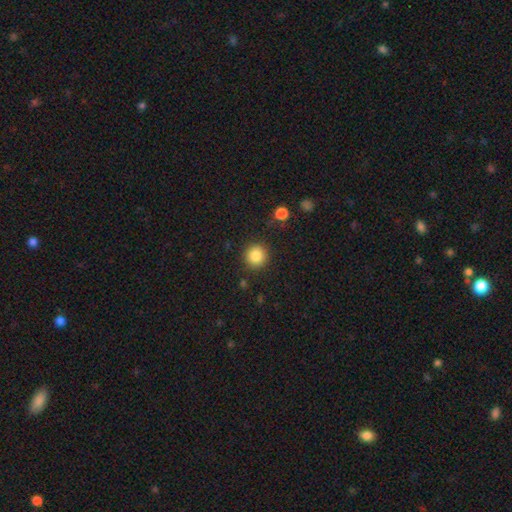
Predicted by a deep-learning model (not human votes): Q: Smooth or featured?
A: smooth (85%); runner-up: star or artifact (10%)
Q: How rounded?
A: round (94%); runner-up: in between (5%)
Q: Merging?
A: none (89%); runner-up: minor disturbance (7%)